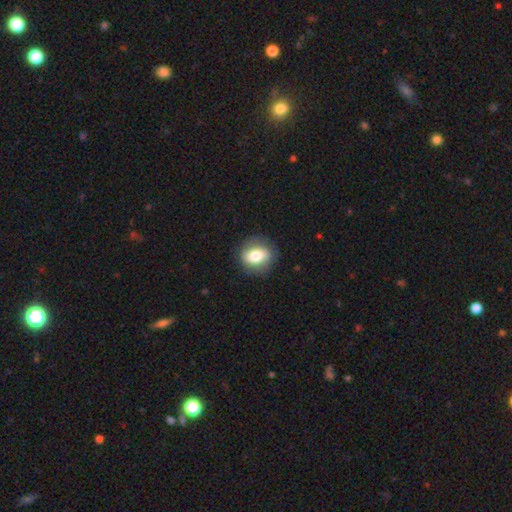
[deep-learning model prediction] smooth_or_featured: smooth (p=0.70) [alt: featured or disk p=0.22]
how_rounded: round (p=0.60) [alt: in between p=0.39]
merging: none (p=0.82) [alt: minor disturbance p=0.12]